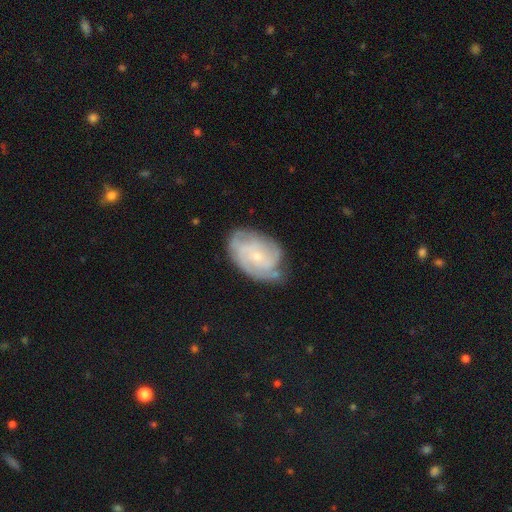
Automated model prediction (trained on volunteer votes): Morphology: type=featured or disk (73%); edge-on=no (97%); bar=no (71%); spiral arms=yes (88%); winding=tight (56%); arm count=can't tell (41%); bulge=small (78%); merging=none (59%).